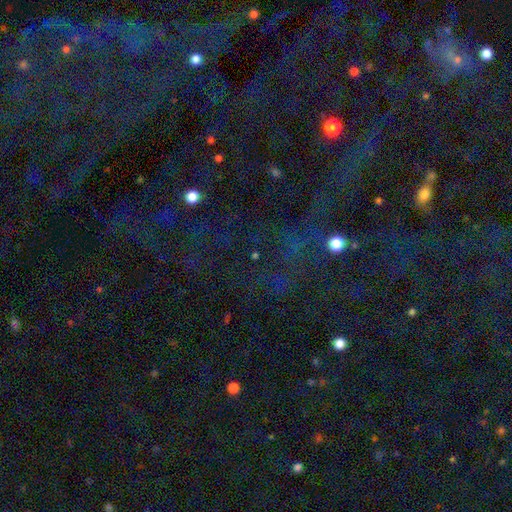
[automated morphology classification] This is likely a star or artifact rather than a galaxy (66%).